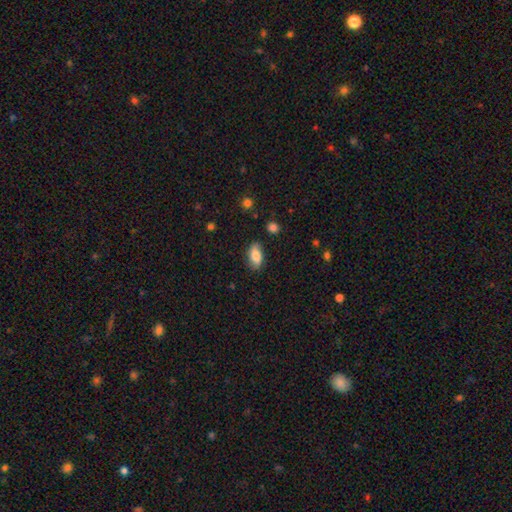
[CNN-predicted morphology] The model was most divided on "merging": none: 77%, minor disturbance: 17%, major disturbance: 4%, merger: 2%. More confident: how rounded — in between (90%); smooth or featured — smooth (78%).